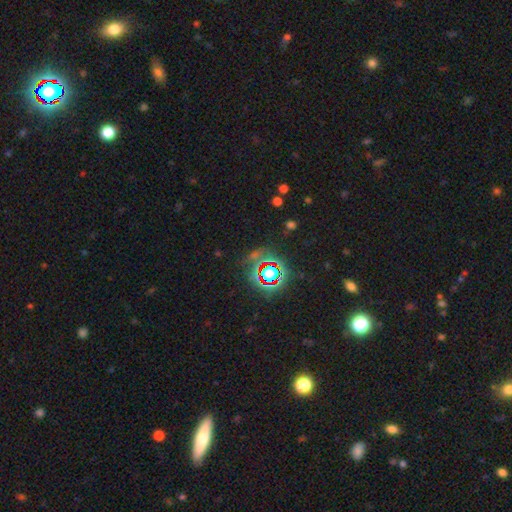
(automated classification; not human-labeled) Smooth or featured? Predicted: star or artifact (p=0.77).